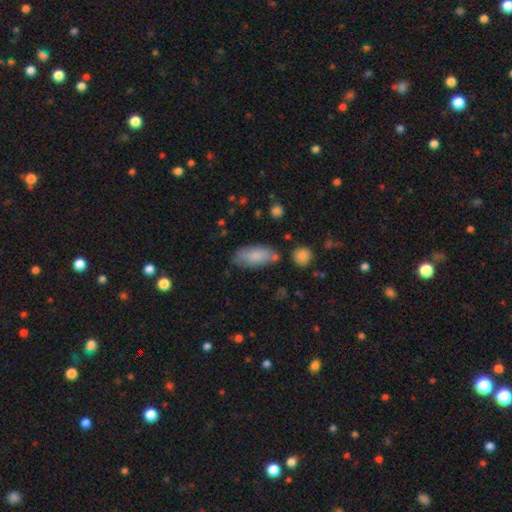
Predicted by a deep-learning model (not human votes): A smooth galaxy with no disk features (80%) that is in between round and cigar-shaped (87%). Merging: none (68%).